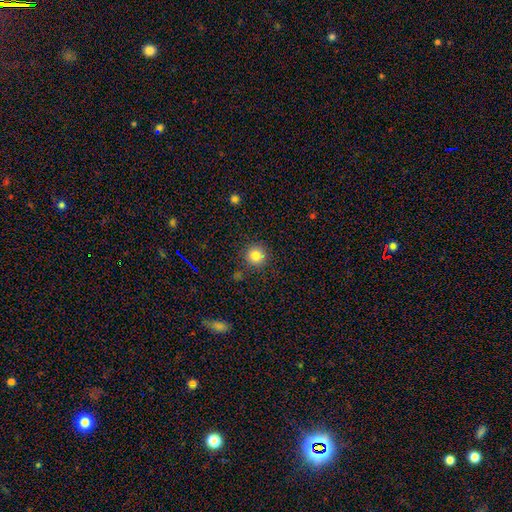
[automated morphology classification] Smooth or featured?
  - smooth: 83% *
  - star or artifact: 12%
  - featured or disk: 6%
How rounded?
  - round: 94% *
  - in between: 5%
  - cigar-shaped: 1%
Merging?
  - none: 88% *
  - minor disturbance: 7%
  - merger: 2%
  - major disturbance: 2%